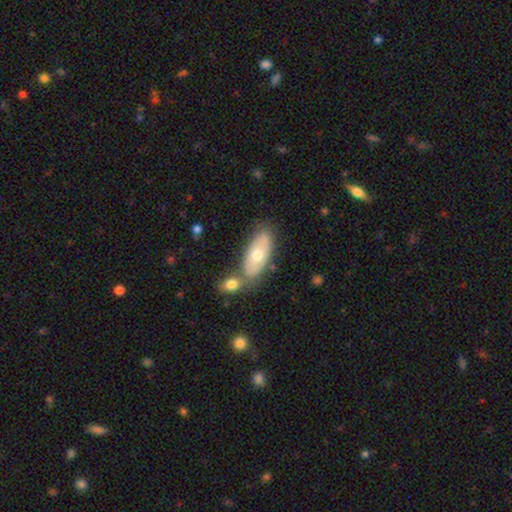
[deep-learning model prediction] This appears to be a smooth galaxy with no disk features (51%) that is in between round and cigar-shaped (78%). Merging: none (63%).